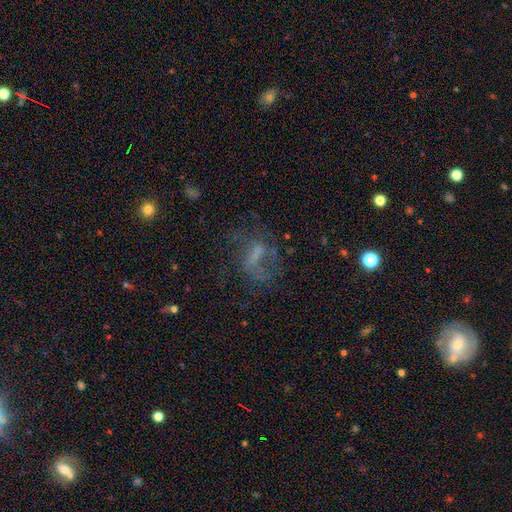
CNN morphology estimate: This is possibly a featured or disk galaxy (46%). Merging: marginally none (45%).